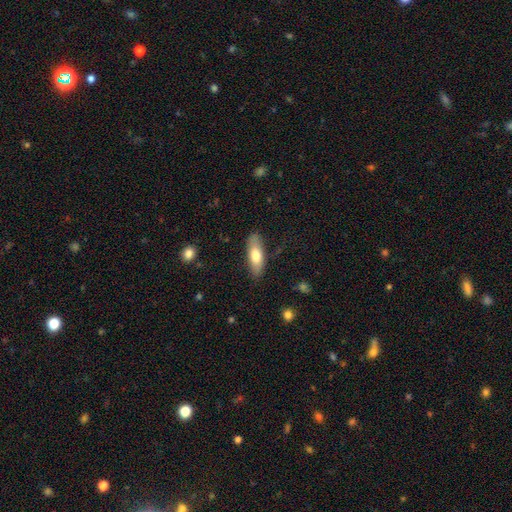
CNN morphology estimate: Smooth or featured? smooth (71%)
How rounded? in between (64%)
Merging? none (84%)